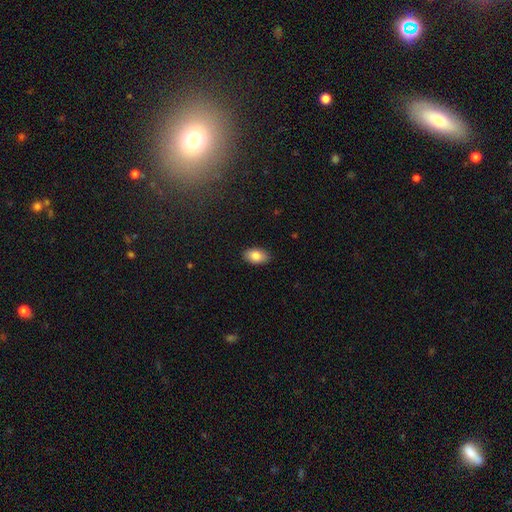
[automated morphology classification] Smooth or featured? smooth (86%)
How rounded? in between (92%)
Merging? none (88%)